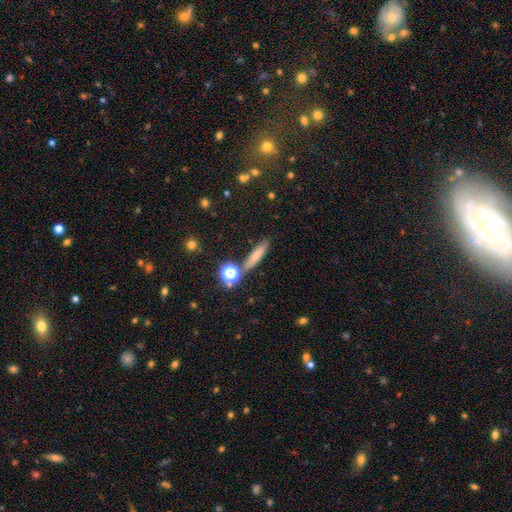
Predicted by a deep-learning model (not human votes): This appears to be a smooth galaxy with no disk features (69%) that is cigar-shaped (75%). Merging: none (82%).